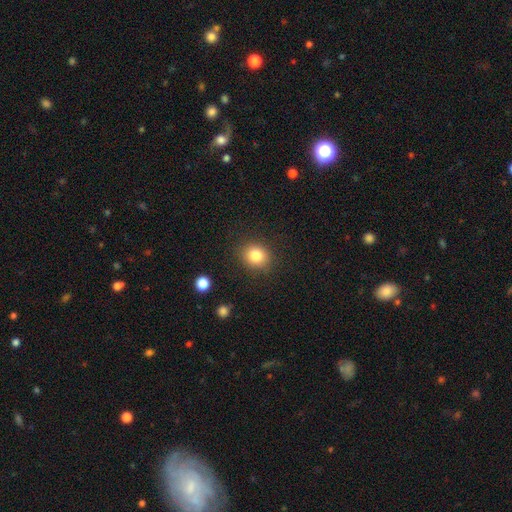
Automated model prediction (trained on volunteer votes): This appears to be a smooth galaxy with no disk features (83%) that is round (72%). Merging: none (86%).